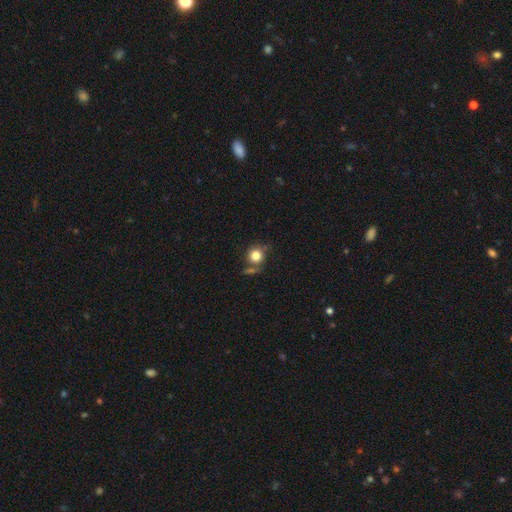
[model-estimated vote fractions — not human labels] Smooth or featured? Predicted: smooth (p=0.80). How rounded? Predicted: round (p=0.88). Merging? Predicted: none (p=0.65).